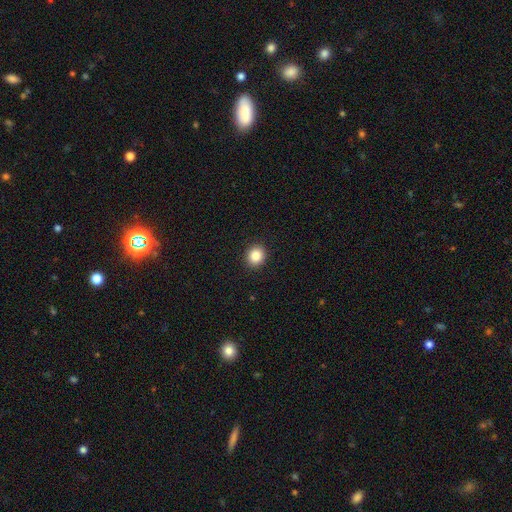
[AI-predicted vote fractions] Smooth or featured: smooth — 86% (star or artifact — 10%)
How rounded: round — 82% (in between — 17%)
Merging: none — 92% (minor disturbance — 5%)